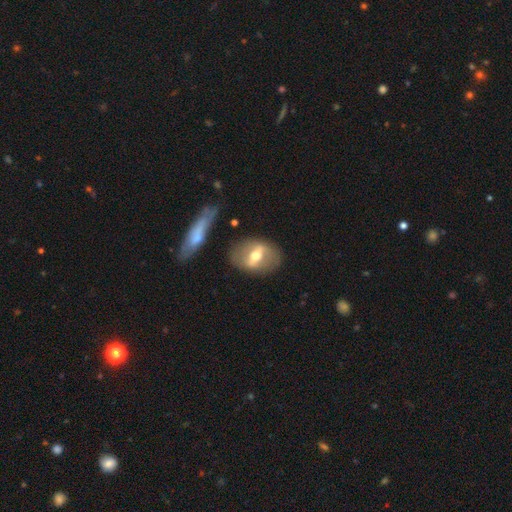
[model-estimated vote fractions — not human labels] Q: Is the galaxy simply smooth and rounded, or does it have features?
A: featured or disk — 60%.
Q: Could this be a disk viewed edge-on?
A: no — 75%.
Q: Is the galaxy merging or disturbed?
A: none — 78%.